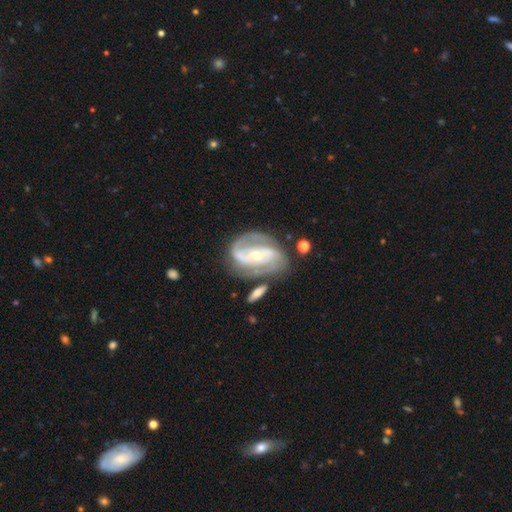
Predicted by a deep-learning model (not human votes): A featured or disk galaxy (88%) with no bar (40%), 2 (74%) medium (45%) spiral arms (95%) and a small central bulge (59%).

Vote fractions:
- Smooth or featured? featured or disk: 88% / smooth: 7% / star or artifact: 5%
- Edge-on disk? no: 96% / yes: 4%
- Bar? no: 40% / weak: 31% / strong: 29%
- Spiral arms? yes: 95% / no: 5%
- Spiral winding? medium: 45% / tight: 39% / loose: 16%
- Spiral arm count? 2: 74% / 3: 9% / can't tell: 9% / 1: 3% / 4: 2% / more than 4: 2%
- Bulge size? small: 59% / moderate: 38% / large: 2% / none: 1% / dominant: 1%
- Merging? none: 66% / minor disturbance: 18% / major disturbance: 9% / merger: 7%